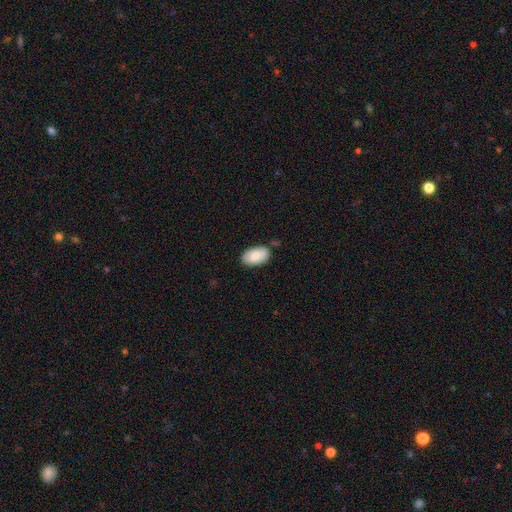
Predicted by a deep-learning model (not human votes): This appears to be a smooth galaxy with no disk features (84%) that is in between round and cigar-shaped (94%). Merging: none (80%).